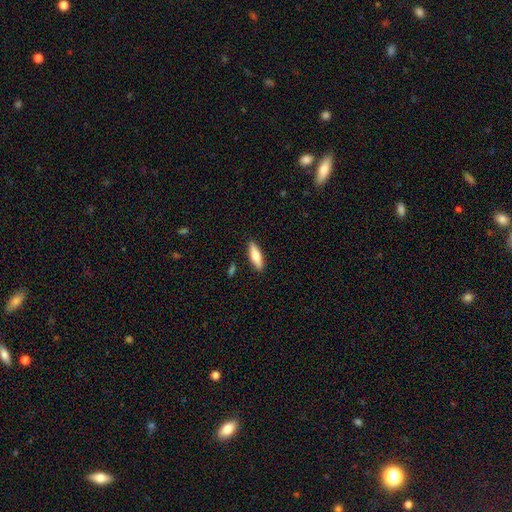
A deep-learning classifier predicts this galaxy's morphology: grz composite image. It shows a smooth galaxy with no disk features (75%) that is cigar-shaped (50%). Merging: none (87%).